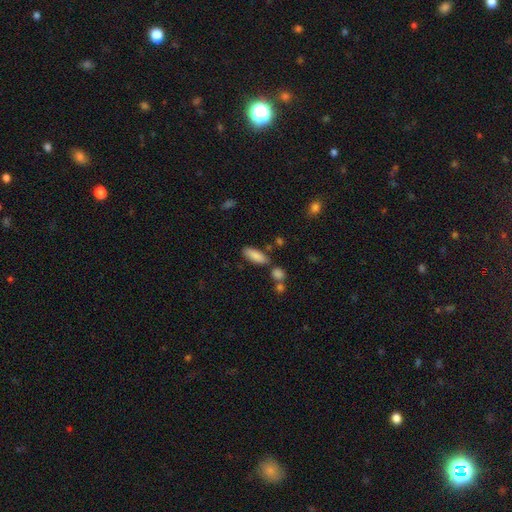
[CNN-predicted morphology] smooth-or-featured: smooth: 86% | featured or disk: 8% | star or artifact: 7%
  how-rounded: in between: 72% | cigar-shaped: 26% | round: 2%
  merging: none: 76% | minor disturbance: 13% | merger: 8% | major disturbance: 3%